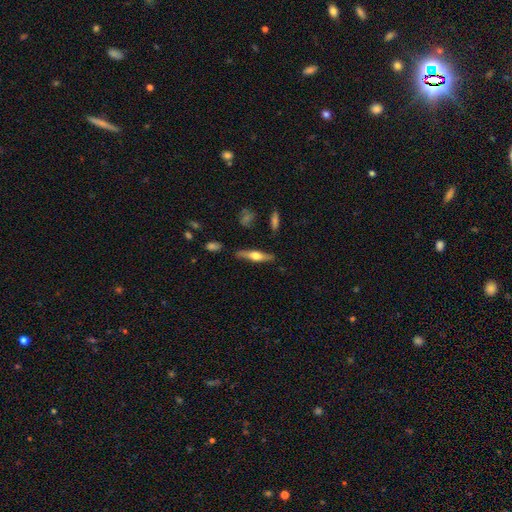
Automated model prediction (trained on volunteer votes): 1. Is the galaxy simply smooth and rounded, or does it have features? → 59% featured or disk, 35% smooth, 6% star or artifact.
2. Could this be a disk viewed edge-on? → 94% yes, 6% no.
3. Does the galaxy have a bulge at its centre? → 91% rounded, 6% boxy, 3% none.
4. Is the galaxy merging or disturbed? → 83% none, 12% minor disturbance, 3% major disturbance, 2% merger.